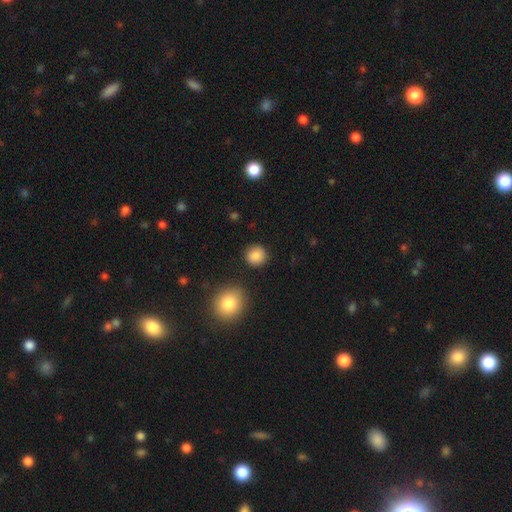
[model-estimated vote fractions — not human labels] The model was most divided on "smooth or featured": smooth: 87%, star or artifact: 9%, featured or disk: 4%. More confident: how rounded — round (91%); merging — none (89%).